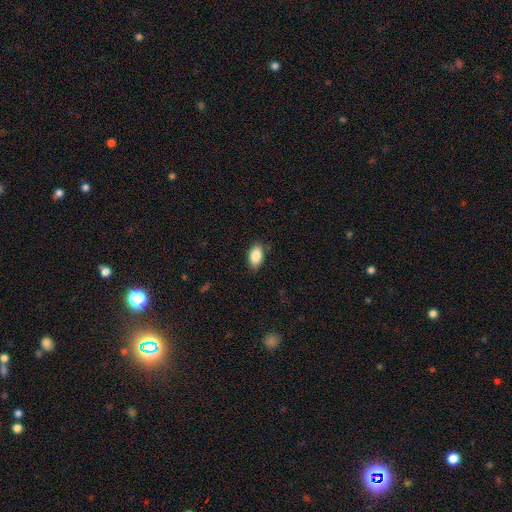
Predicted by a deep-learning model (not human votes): Morphology: type=smooth (87%); roundness=in between (92%); merging=none (83%).